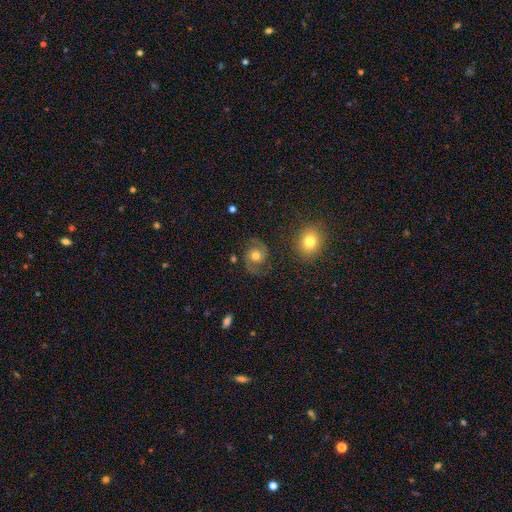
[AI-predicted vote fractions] smooth_or_featured: featured or disk (p=0.71) [alt: smooth p=0.19]
disk_edge_on: no (p=0.98) [alt: yes p=0.02]
bar: no (p=0.72) [alt: weak p=0.23]
has_spiral_arms: yes (p=0.93) [alt: no p=0.07]
spiral_winding: medium (p=0.54) [alt: loose p=0.26]
spiral_arm_count: 2 (p=0.91) [alt: 1 p=0.03]
bulge_size: moderate (p=0.71) [alt: large p=0.15]
merging: none (p=0.78) [alt: minor disturbance p=0.13]